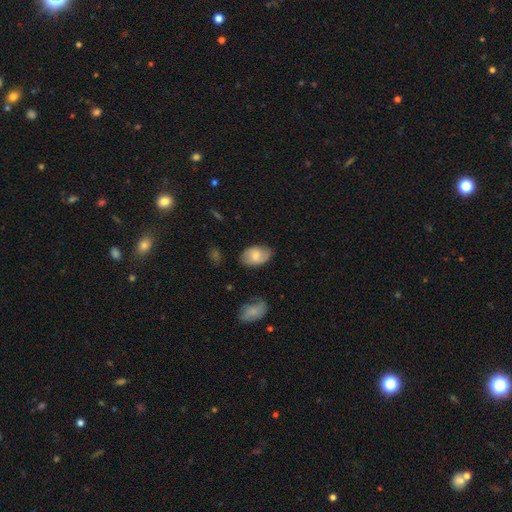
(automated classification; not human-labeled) Q: Smooth or featured?
A: smooth (59%); runner-up: featured or disk (34%)
Q: How rounded?
A: in between (88%); runner-up: round (11%)
Q: Merging?
A: none (75%); runner-up: minor disturbance (20%)